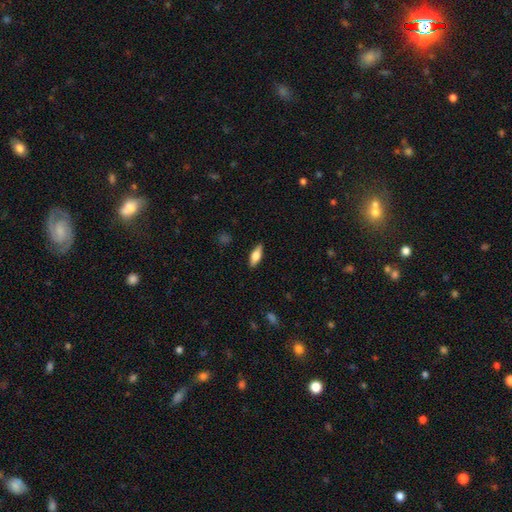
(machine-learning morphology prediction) Q: Smooth or featured?
A: smooth (66%); runner-up: featured or disk (27%)
Q: How rounded?
A: in between (68%); runner-up: cigar-shaped (30%)
Q: Merging?
A: none (87%); runner-up: minor disturbance (10%)